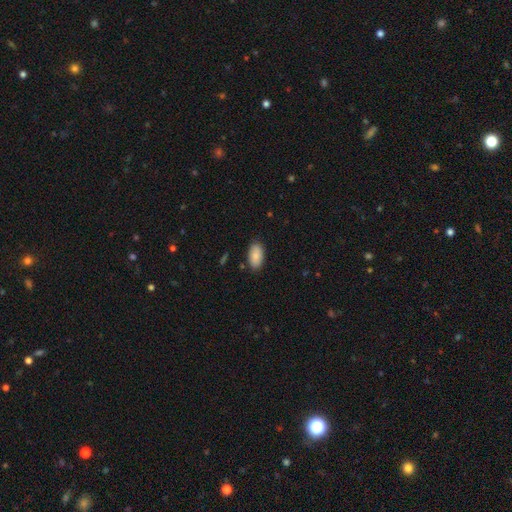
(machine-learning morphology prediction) type=smooth (87%); roundness=in between (95%); merging=none (86%).